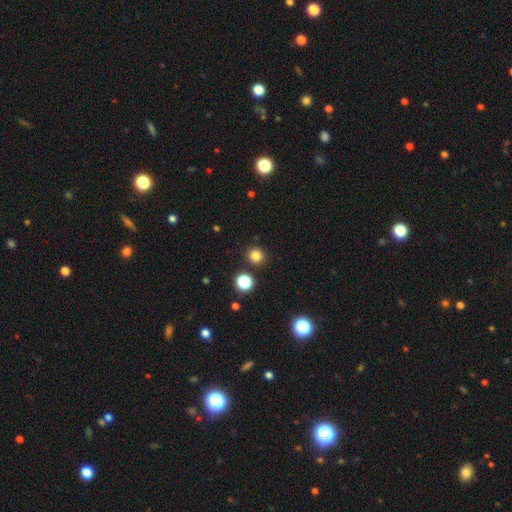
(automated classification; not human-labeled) smooth-or-featured: smooth: 81% | star or artifact: 15% | featured or disk: 4%
  how-rounded: round: 91% | in between: 8% | cigar-shaped: 1%
  merging: none: 89% | minor disturbance: 6% | merger: 3% | major disturbance: 2%